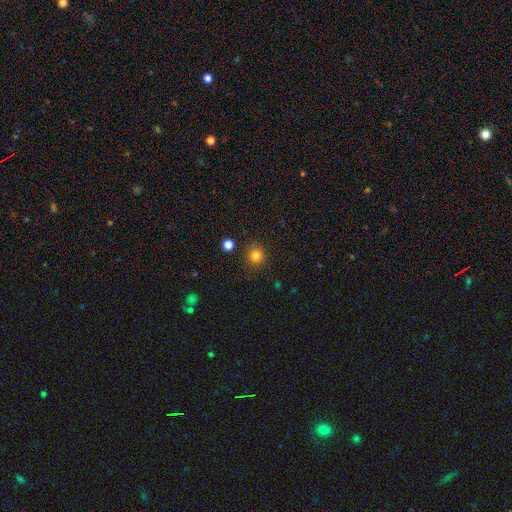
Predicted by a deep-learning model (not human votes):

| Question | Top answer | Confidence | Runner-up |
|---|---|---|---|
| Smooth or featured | smooth | 81% | star or artifact (13%) |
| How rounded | round | 87% | in between (12%) |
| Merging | none | 85% | minor disturbance (10%) |